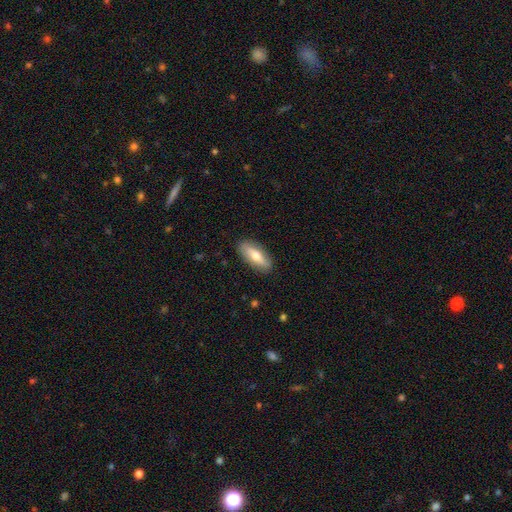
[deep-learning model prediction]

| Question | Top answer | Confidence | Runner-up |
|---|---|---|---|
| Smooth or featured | smooth | 62% | featured or disk (32%) |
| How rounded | in between | 72% | cigar-shaped (25%) |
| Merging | none | 86% | minor disturbance (10%) |